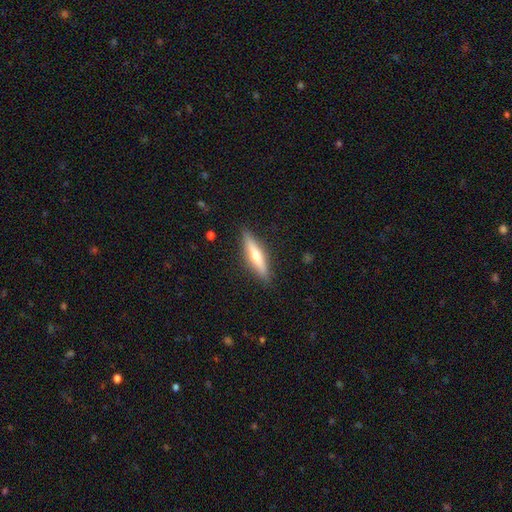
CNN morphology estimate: Overall: featured or disk (53%; smooth 41%). Edge-on disk: yes (93%). Merging: none (89%).